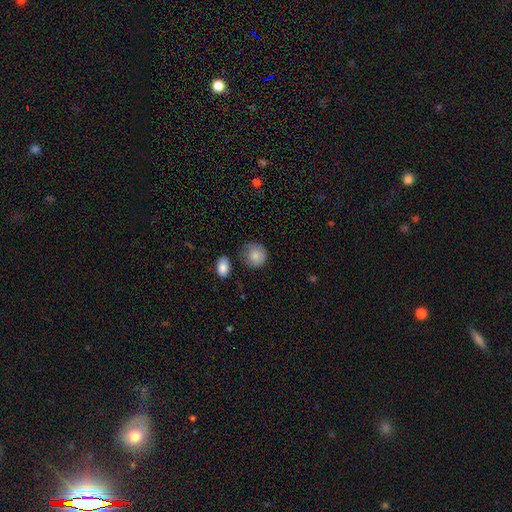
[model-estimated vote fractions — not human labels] This is clearly a smooth galaxy (84%). How rounded: clearly round (82%). Merging: likely none (61%).